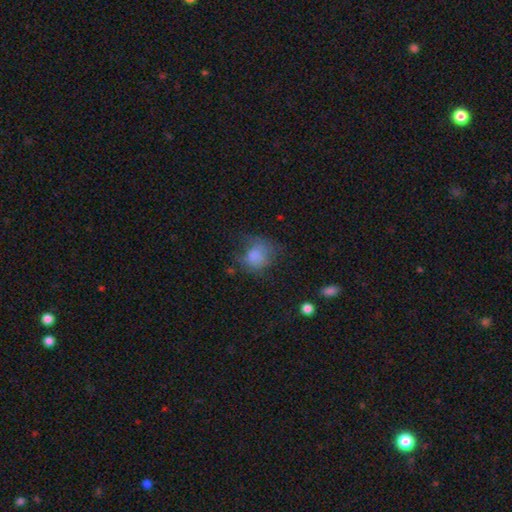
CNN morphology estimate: smooth_or_featured: smooth (p=0.74) [alt: featured or disk p=0.15]
how_rounded: round (p=0.68) [alt: in between p=0.31]
merging: none (p=0.43) [alt: minor disturbance p=0.27]